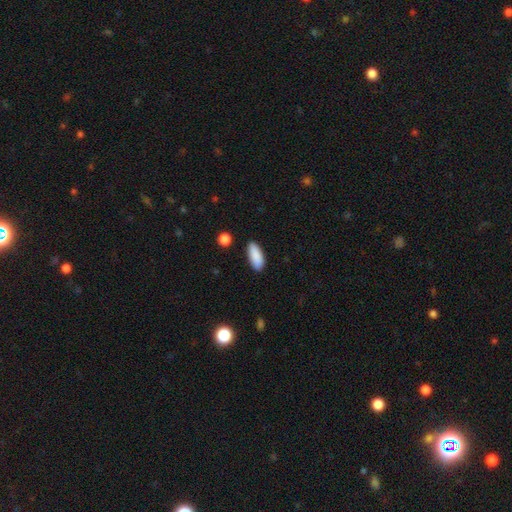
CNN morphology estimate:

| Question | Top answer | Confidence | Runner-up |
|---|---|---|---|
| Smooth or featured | smooth | 89% | star or artifact (6%) |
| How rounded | in between | 78% | cigar-shaped (21%) |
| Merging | none | 87% | minor disturbance (10%) |